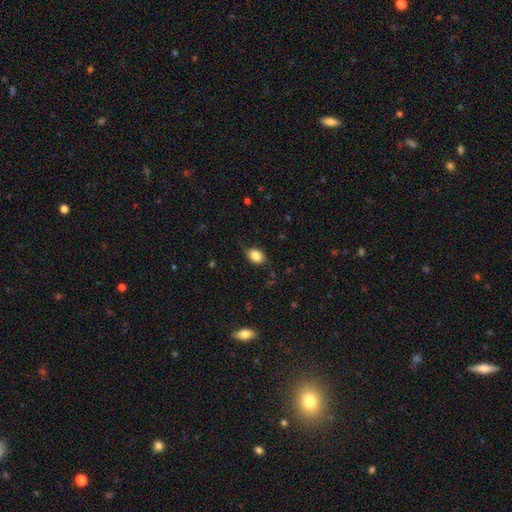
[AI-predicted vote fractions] Smooth or featured?
  - smooth: 80% *
  - featured or disk: 12%
  - star or artifact: 9%
How rounded?
  - in between: 74% *
  - round: 25%
  - cigar-shaped: 2%
Merging?
  - none: 69% *
  - minor disturbance: 24%
  - major disturbance: 6%
  - merger: 1%